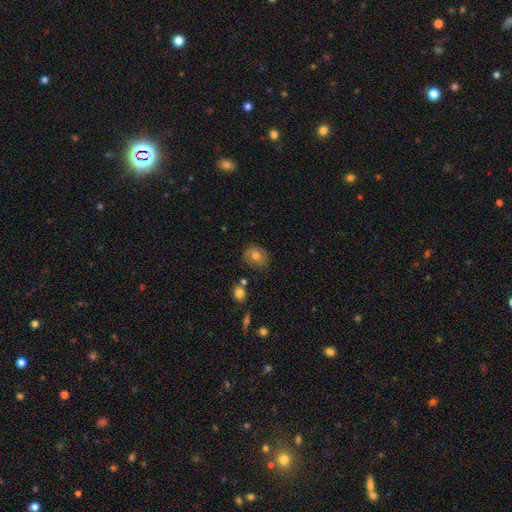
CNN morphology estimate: This is likely a smooth galaxy (67%). How rounded: likely round (67%). Merging: likely none (73%).